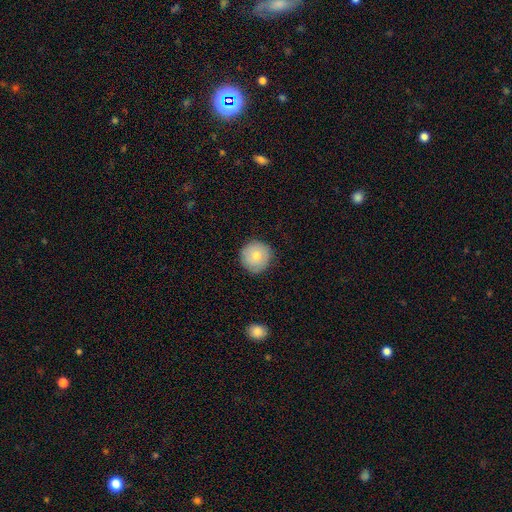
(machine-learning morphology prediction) smooth_or_featured: smooth (p=0.79) [alt: featured or disk p=0.14]
how_rounded: round (p=0.94) [alt: in between p=0.05]
merging: none (p=0.87) [alt: minor disturbance p=0.09]